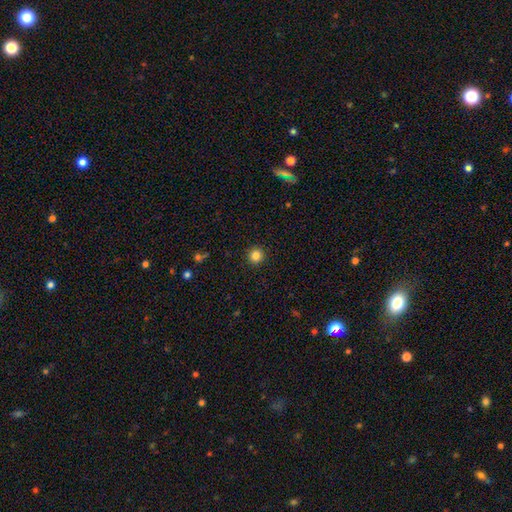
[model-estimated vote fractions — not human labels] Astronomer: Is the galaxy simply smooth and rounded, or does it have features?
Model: smooth — 84%.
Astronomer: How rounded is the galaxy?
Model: round — 95%.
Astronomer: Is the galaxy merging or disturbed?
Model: none — 93%.